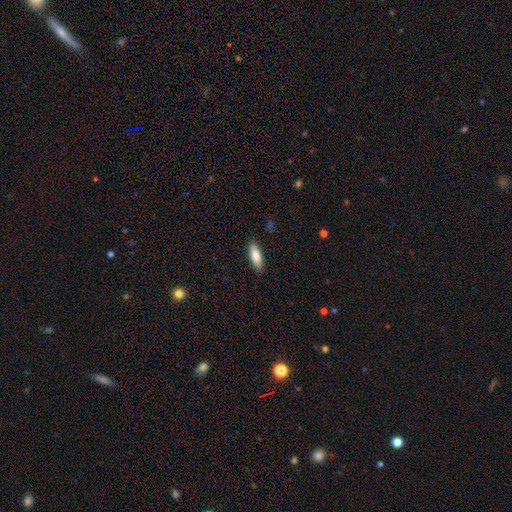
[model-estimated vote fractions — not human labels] The model was most divided on "how rounded": in between: 72%, cigar-shaped: 26%, round: 2%. More confident: merging — none (87%); smooth or featured — smooth (83%).